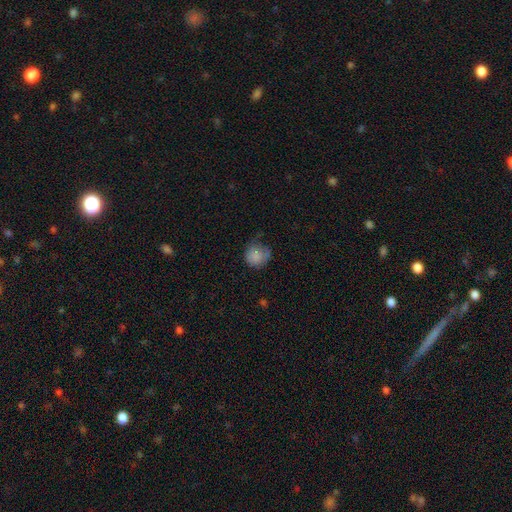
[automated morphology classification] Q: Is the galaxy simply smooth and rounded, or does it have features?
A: smooth — 81%.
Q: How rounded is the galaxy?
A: round — 86%.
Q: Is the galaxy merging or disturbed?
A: none — 53%.